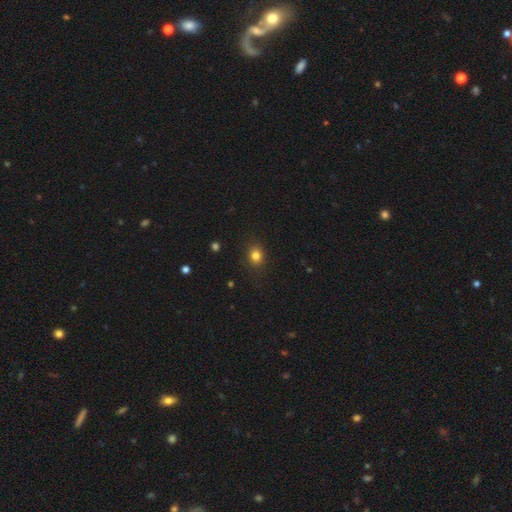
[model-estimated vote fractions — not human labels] Smooth or featured: smooth — 82% (star or artifact — 12%)
How rounded: round — 62% (in between — 37%)
Merging: none — 87% (minor disturbance — 9%)